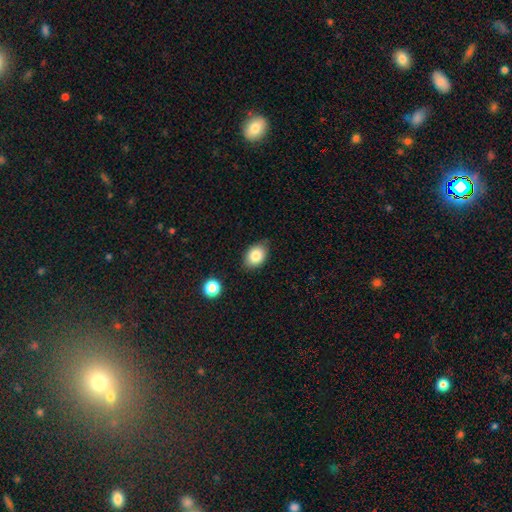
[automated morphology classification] smooth_or_featured: smooth (p=0.84) [alt: star or artifact p=0.09]
how_rounded: in between (p=0.75) [alt: round p=0.24]
merging: none (p=0.80) [alt: minor disturbance p=0.15]